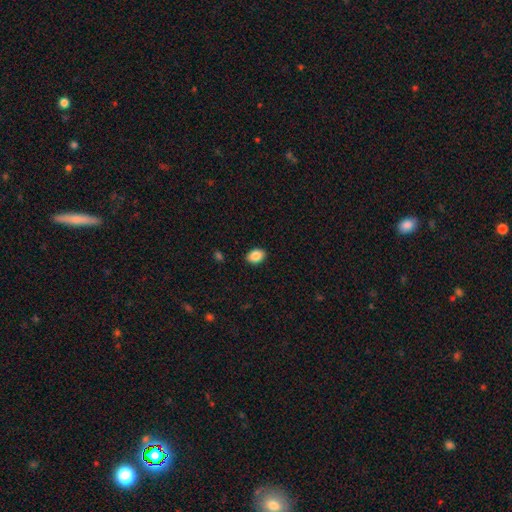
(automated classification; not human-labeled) smooth-or-featured: smooth: 88% | star or artifact: 8% | featured or disk: 4%
  how-rounded: in between: 75% | round: 24% | cigar-shaped: 1%
  merging: none: 90% | minor disturbance: 7% | major disturbance: 2% | merger: 1%